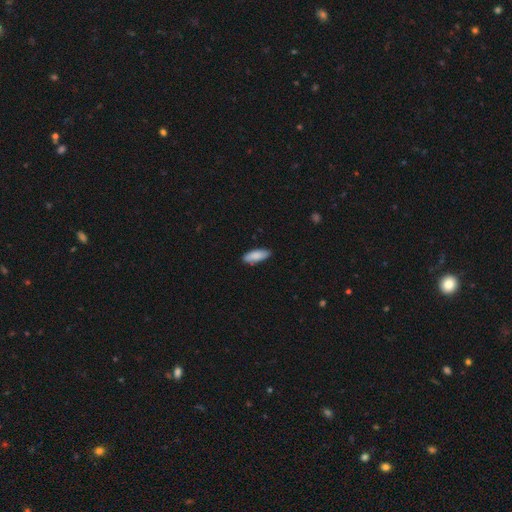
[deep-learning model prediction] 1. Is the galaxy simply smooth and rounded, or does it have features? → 86% smooth, 8% featured or disk, 6% star or artifact.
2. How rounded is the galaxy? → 73% in between, 25% cigar-shaped, 2% round.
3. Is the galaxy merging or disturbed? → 85% none, 12% minor disturbance, 2% major disturbance, 1% merger.